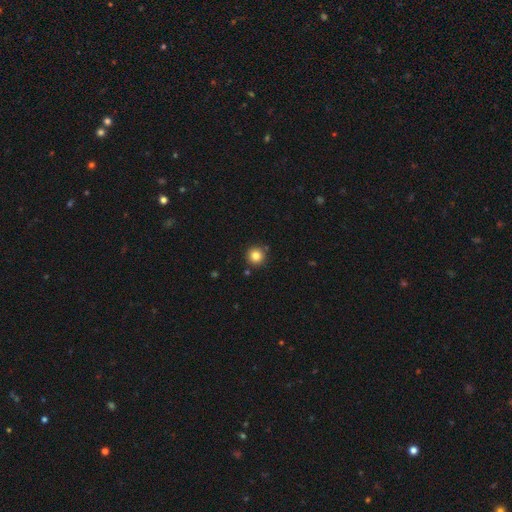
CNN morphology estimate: type=smooth (83%); roundness=round (95%); merging=none (88%).